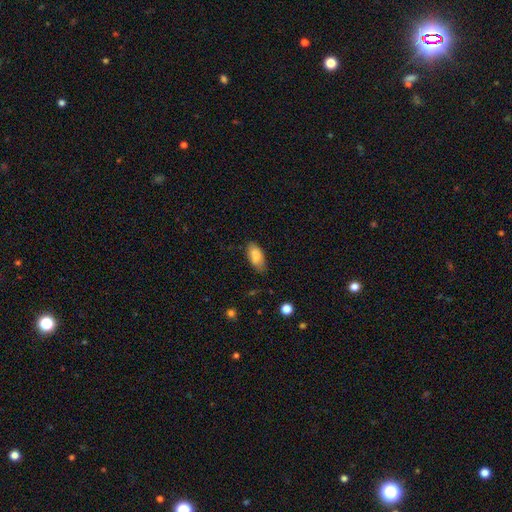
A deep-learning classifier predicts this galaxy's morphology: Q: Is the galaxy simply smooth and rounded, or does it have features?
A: smooth — 84%.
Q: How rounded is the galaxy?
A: in between — 90%.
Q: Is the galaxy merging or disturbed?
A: none — 71%.